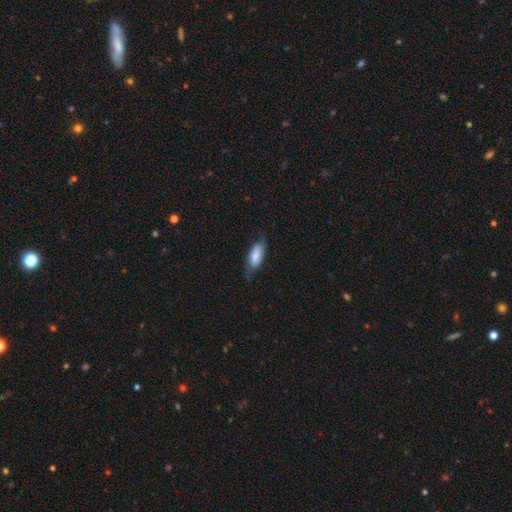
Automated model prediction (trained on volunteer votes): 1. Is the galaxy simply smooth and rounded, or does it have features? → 78% smooth, 16% featured or disk, 6% star or artifact.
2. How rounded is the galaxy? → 77% in between, 21% cigar-shaped, 2% round.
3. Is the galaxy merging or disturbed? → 66% none, 26% minor disturbance, 7% major disturbance, 1% merger.